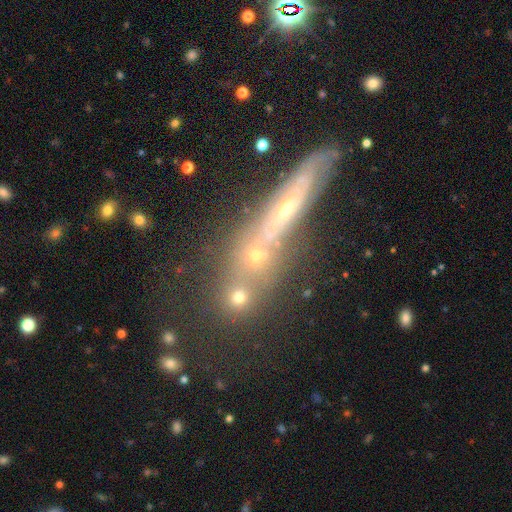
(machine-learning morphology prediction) Smooth or featured?
  - smooth: 52% *
  - featured or disk: 25%
  - star or artifact: 24%
How rounded?
  - round: 50% *
  - in between: 29%
  - cigar-shaped: 21%
Merging?
  - none: 52% *
  - merger: 32%
  - minor disturbance: 10%
  - major disturbance: 5%